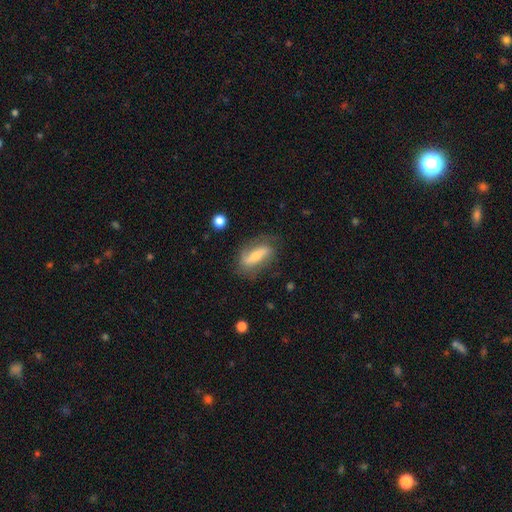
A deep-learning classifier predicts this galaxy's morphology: Smooth or featured? Predicted: featured or disk (p=0.61). Edge-on disk? Predicted: no (p=0.82). Merging? Predicted: none (p=0.72).